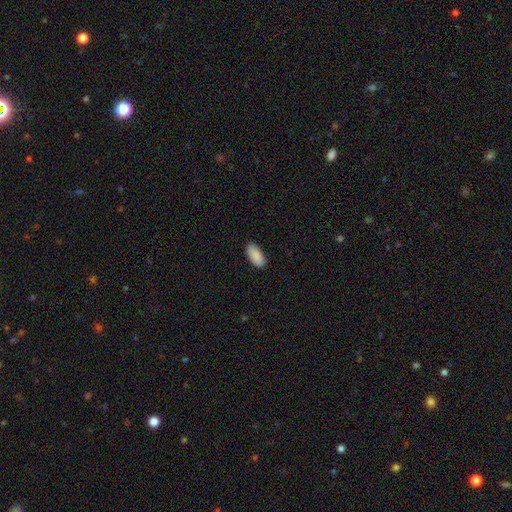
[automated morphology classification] A smooth galaxy with no disk features (91%) that is in between round and cigar-shaped (92%). Merging: none (89%).